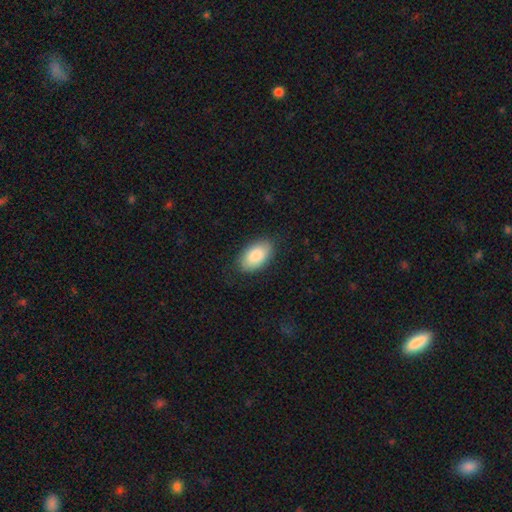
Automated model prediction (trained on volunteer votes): Smooth or featured: smooth — 86% (featured or disk — 8%)
How rounded: in between — 94% (round — 4%)
Merging: none — 82% (minor disturbance — 14%)